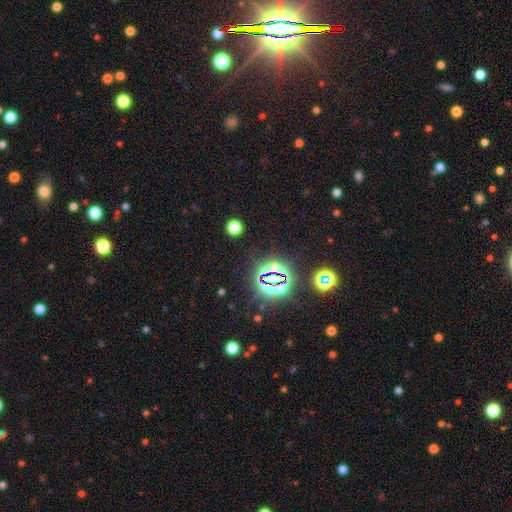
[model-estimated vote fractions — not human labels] A star or artifact, not a galaxy (83%).